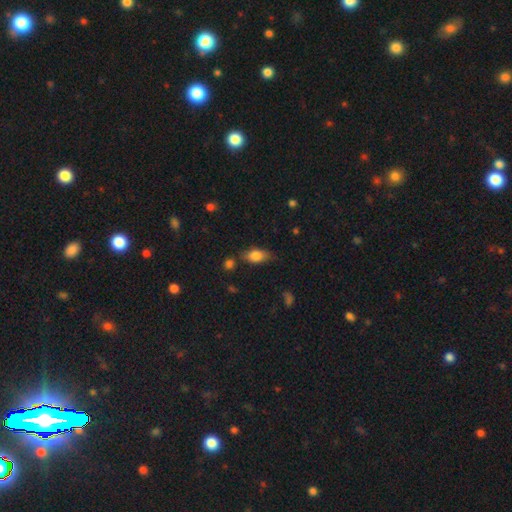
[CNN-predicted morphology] A smooth galaxy with no disk features (78%) that is in between round and cigar-shaped (85%). Merging: none (69%).